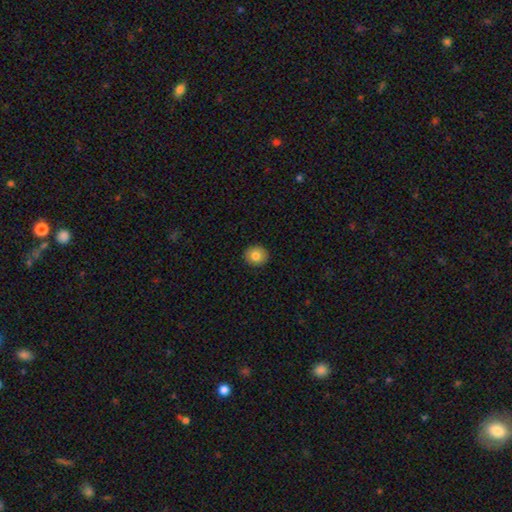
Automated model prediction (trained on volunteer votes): smooth-or-featured: smooth: 81% | featured or disk: 11% | star or artifact: 9%
  how-rounded: round: 81% | in between: 18% | cigar-shaped: 1%
  merging: none: 91% | minor disturbance: 7% | major disturbance: 2% | merger: 1%